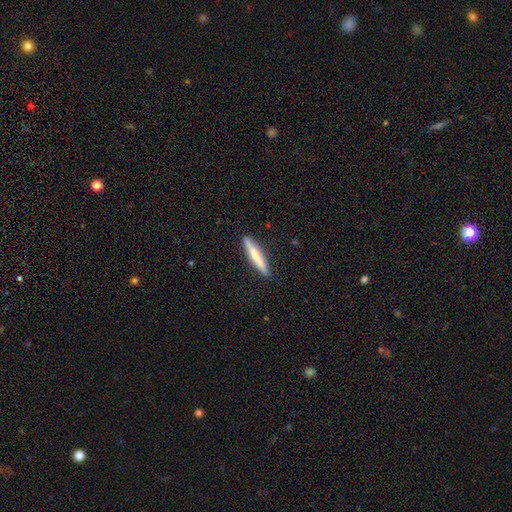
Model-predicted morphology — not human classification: Smooth or featured: smooth — 68% (featured or disk — 26%)
How rounded: cigar-shaped — 92% (in between — 7%)
Merging: none — 89% (minor disturbance — 8%)